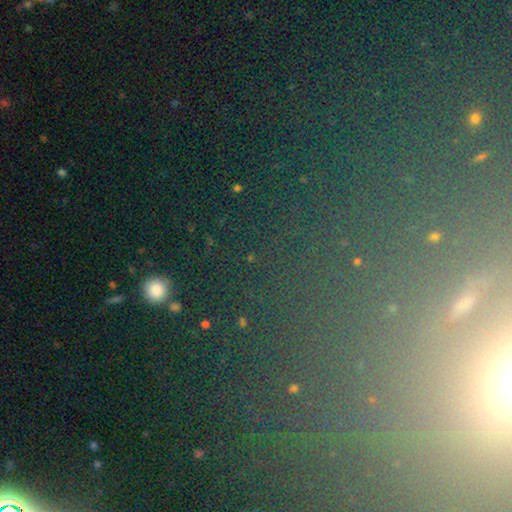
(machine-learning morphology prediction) Smooth or featured: star or artifact — 66% (smooth — 22%)